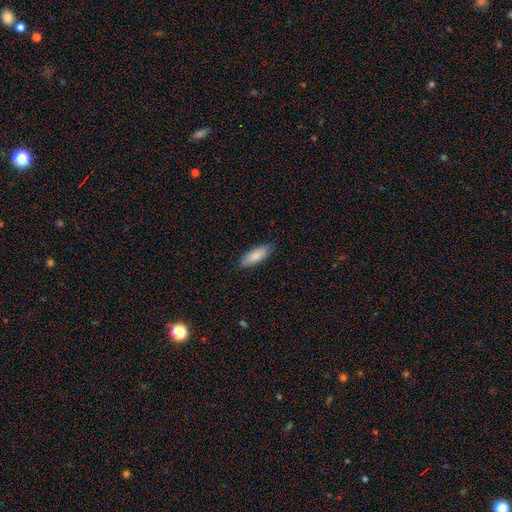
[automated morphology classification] Overall: smooth (86%). How rounded: in between (70%). Merging: none (85%).